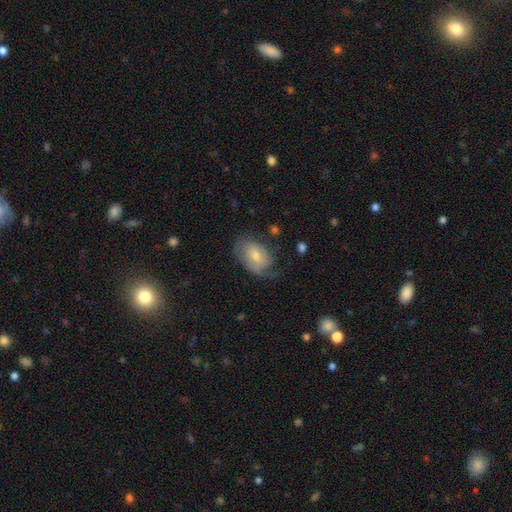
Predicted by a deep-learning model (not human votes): smooth_or_featured: featured or disk (p=0.48) [alt: smooth p=0.46]
merging: none (p=0.48) [alt: minor disturbance p=0.29]